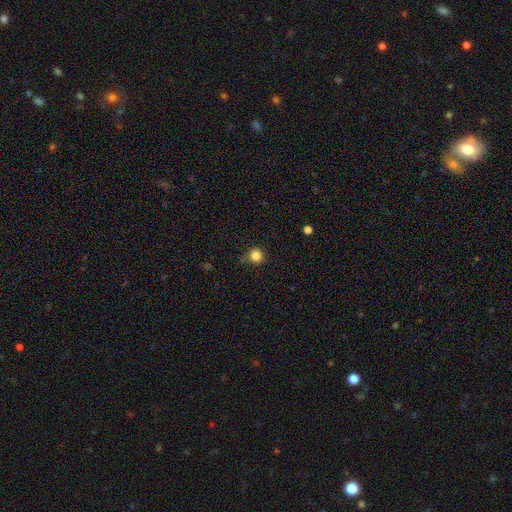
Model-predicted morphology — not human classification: Smooth or featured? Predicted: smooth (p=0.84). How rounded? Predicted: round (p=0.95). Merging? Predicted: none (p=0.83).